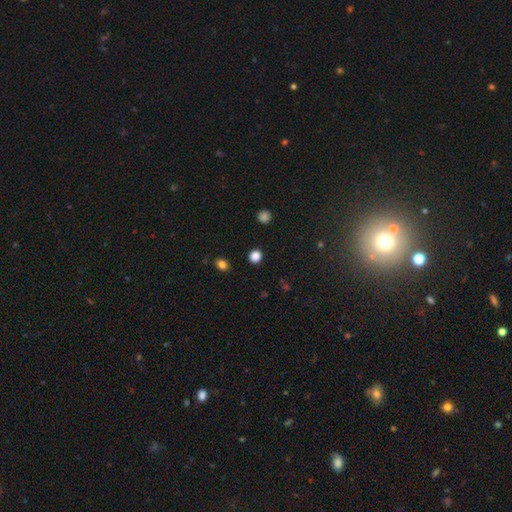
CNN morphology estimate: The model was most divided on "how rounded": round: 82%, in between: 17%, cigar-shaped: 1%. More confident: merging — none (90%); smooth or featured — smooth (83%).